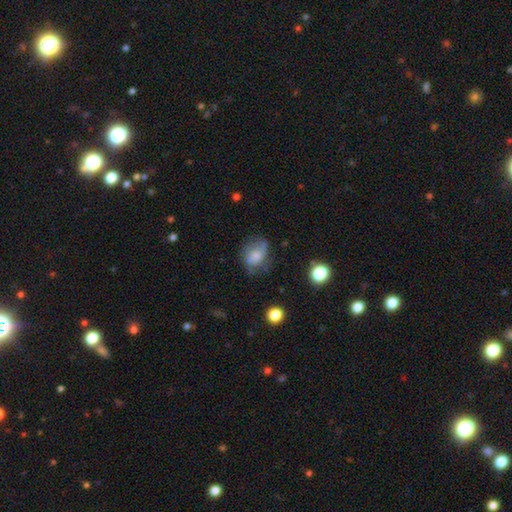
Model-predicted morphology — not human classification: This appears to be a smooth galaxy with no disk features (65%) that is in between round and cigar-shaped (65%). Merging: none (48%).